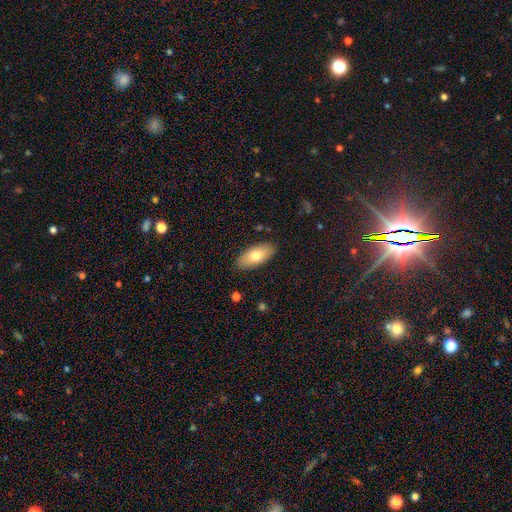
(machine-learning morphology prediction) A smooth galaxy with no disk features (75%) that is in between round and cigar-shaped (90%).

Vote fractions:
- Smooth or featured? smooth: 75% / featured or disk: 19% / star or artifact: 6%
- How rounded? in between: 90% / cigar-shaped: 7% / round: 3%
- Merging? none: 87% / minor disturbance: 10% / major disturbance: 2% / merger: 1%